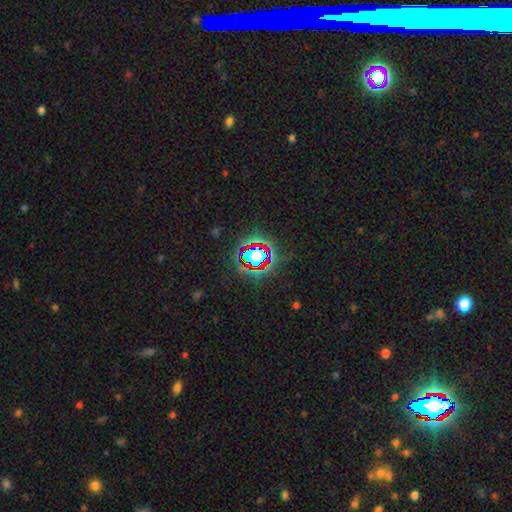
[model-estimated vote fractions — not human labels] Smooth or featured: star or artifact — 70% (smooth — 18%)